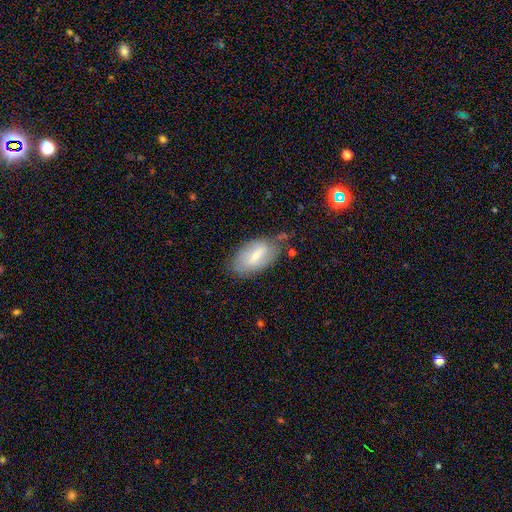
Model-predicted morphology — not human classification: smooth 50%, featured or disk 42%, star or artifact 7%. Down the decision tree: how rounded — in between (91%); merging — none (65%).